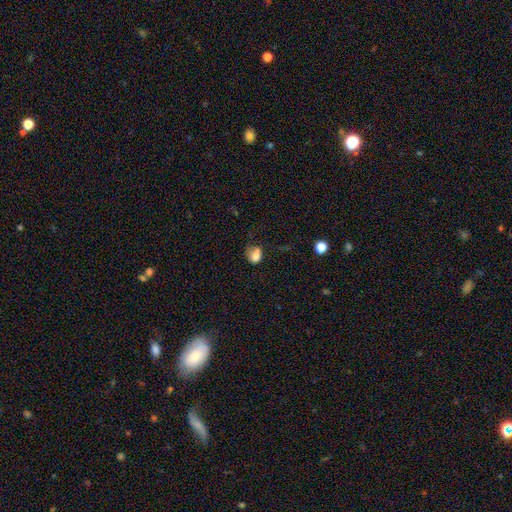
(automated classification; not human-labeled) Morphology: type=smooth (74%); roundness=in between (55%); merging=none (34%).